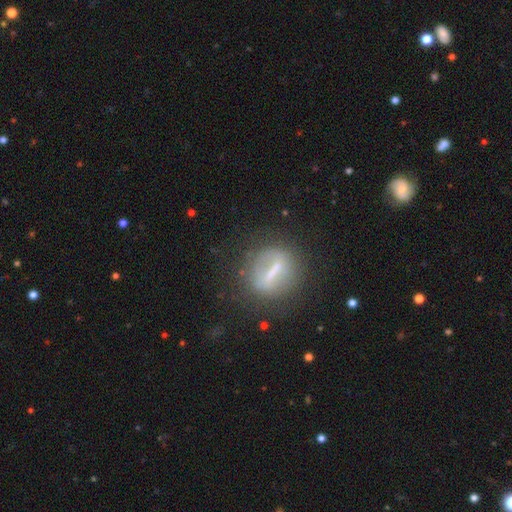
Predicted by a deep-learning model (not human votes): Smooth or featured: featured or disk — 44% (smooth — 35%)
Merging: none — 77% (minor disturbance — 13%)